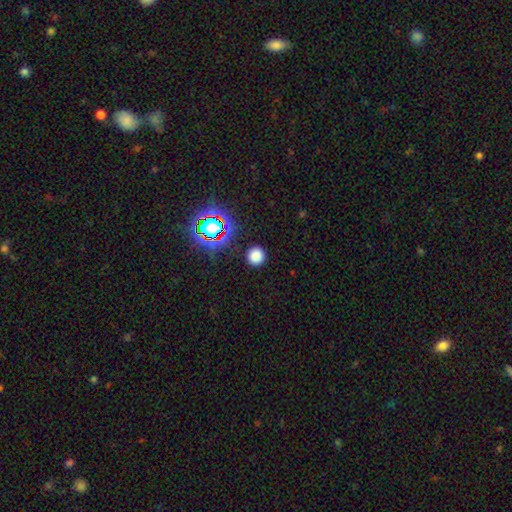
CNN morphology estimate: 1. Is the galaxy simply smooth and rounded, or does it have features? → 77% smooth, 18% star or artifact, 5% featured or disk.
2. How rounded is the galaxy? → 94% round, 5% in between, 1% cigar-shaped.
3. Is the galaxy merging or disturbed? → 90% none, 6% minor disturbance, 3% major disturbance, 1% merger.